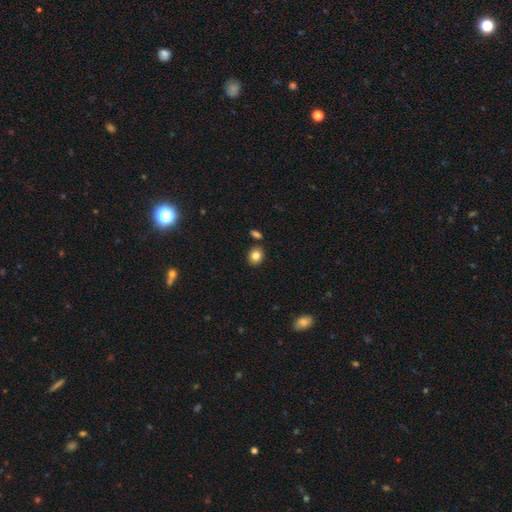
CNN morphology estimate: Smooth or featured?
  - smooth: 82% *
  - star or artifact: 10%
  - featured or disk: 8%
How rounded?
  - round: 61% *
  - in between: 38%
  - cigar-shaped: 1%
Merging?
  - none: 84% *
  - minor disturbance: 9%
  - merger: 5%
  - major disturbance: 2%